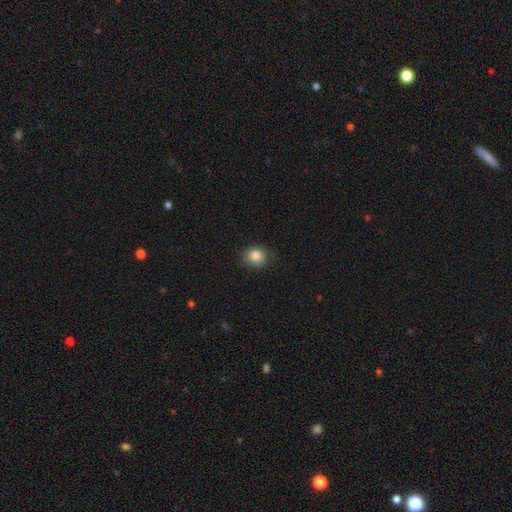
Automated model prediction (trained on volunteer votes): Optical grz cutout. It shows a smooth galaxy with no disk features (84%) that is round (76%). Merging: none (80%).